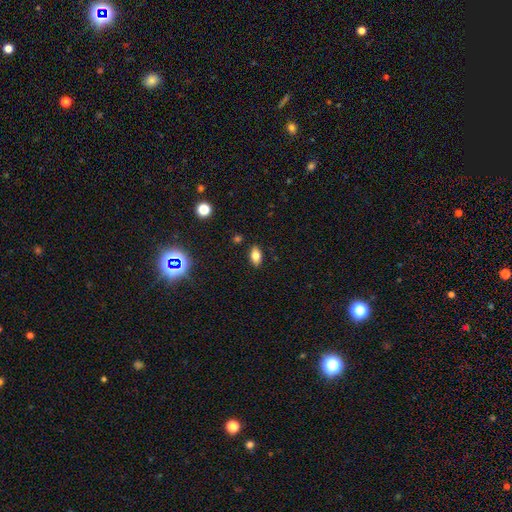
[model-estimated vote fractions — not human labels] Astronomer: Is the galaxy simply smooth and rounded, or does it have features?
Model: smooth — 76%.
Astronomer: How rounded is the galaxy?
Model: in between — 89%.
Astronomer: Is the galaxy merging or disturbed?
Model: none — 88%.